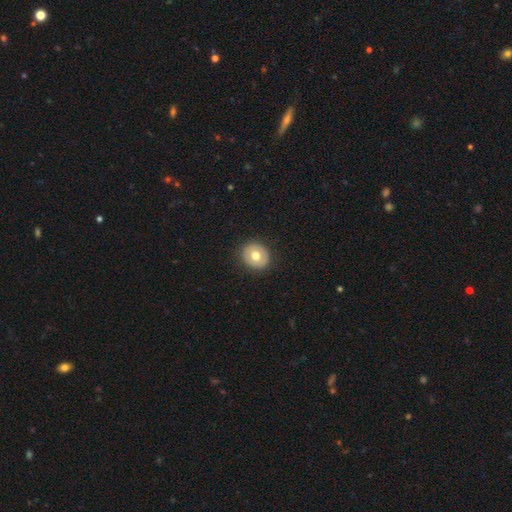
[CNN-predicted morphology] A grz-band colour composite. It shows a smooth galaxy with no disk features (67%) that is round (81%). Merging: none (90%).